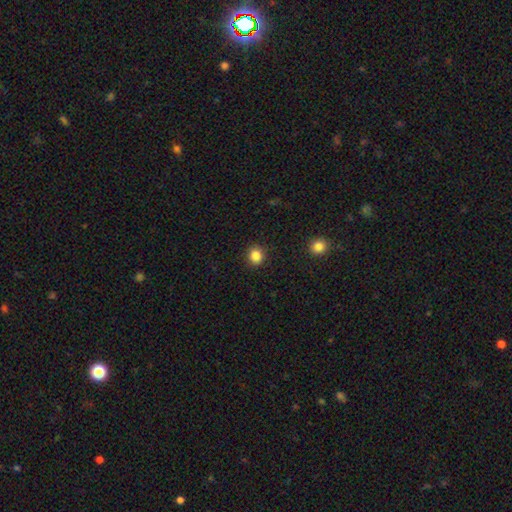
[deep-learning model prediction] Smooth or featured? smooth (85%)
How rounded? round (81%)
Merging? none (90%)